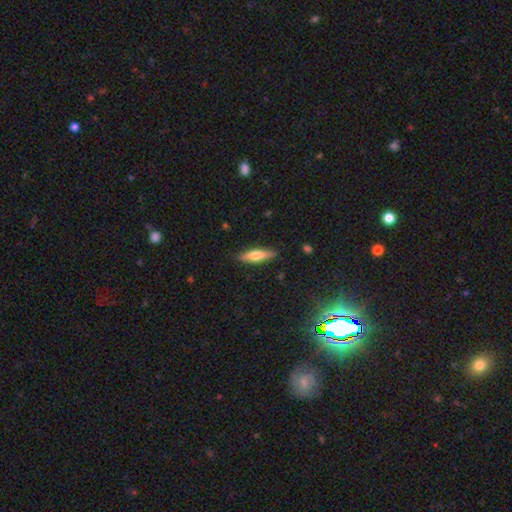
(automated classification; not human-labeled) A smooth galaxy with no disk features (56%) that is cigar-shaped (69%).

Vote fractions:
- Smooth or featured? smooth: 56% / featured or disk: 38% / star or artifact: 6%
- How rounded? cigar-shaped: 69% / in between: 29% / round: 2%
- Merging? none: 87% / minor disturbance: 10% / major disturbance: 2% / merger: 1%